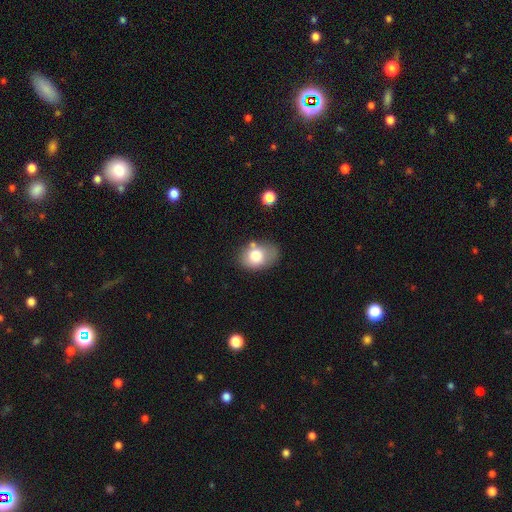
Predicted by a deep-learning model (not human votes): smooth-or-featured: smooth: 75% | featured or disk: 16% | star or artifact: 9%
  how-rounded: in between: 74% | round: 25% | cigar-shaped: 1%
  merging: none: 61% | minor disturbance: 23% | merger: 10% | major disturbance: 7%